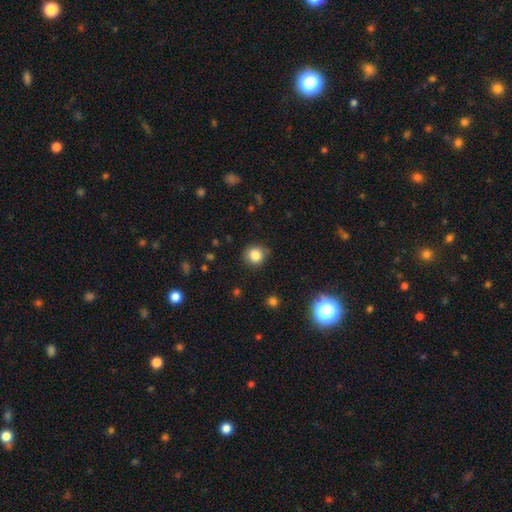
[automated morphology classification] Smooth or featured? smooth (84%)
How rounded? round (87%)
Merging? none (84%)